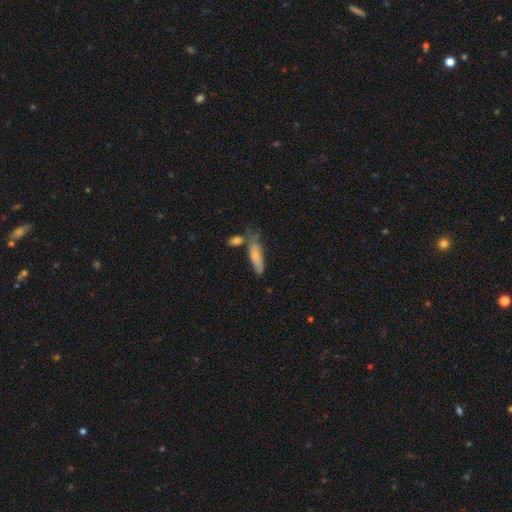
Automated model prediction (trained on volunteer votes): A smooth galaxy with no disk features (69%) that is in between round and cigar-shaped (50%).

Vote fractions:
- Smooth or featured? smooth: 69% / featured or disk: 24% / star or artifact: 7%
- How rounded? in between: 50% / cigar-shaped: 48% / round: 3%
- Merging? none: 44% / minor disturbance: 25% / merger: 22% / major disturbance: 10%